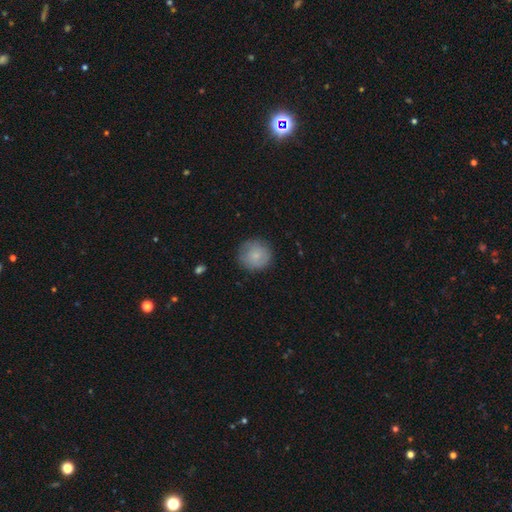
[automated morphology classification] A smooth galaxy with no disk features (79%) that is round (92%). Merging: none (84%).